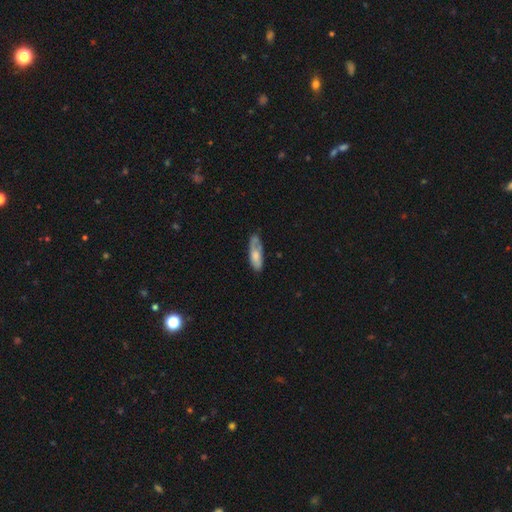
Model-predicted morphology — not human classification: This is likely a smooth galaxy (64%). How rounded: likely in between (63%). Merging: possibly none (48%).